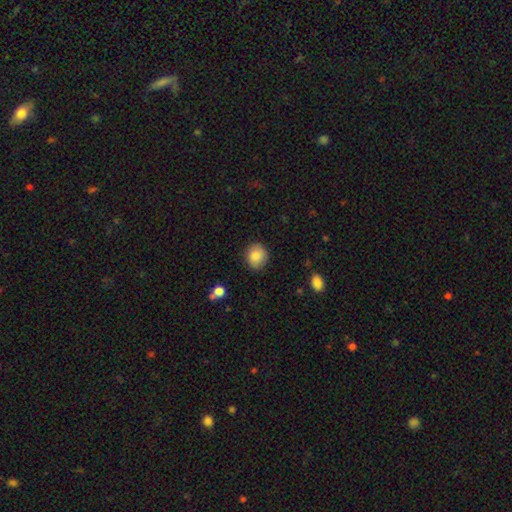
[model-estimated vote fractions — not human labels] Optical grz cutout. It shows a smooth galaxy with no disk features (86%) that is round (78%). Merging: none (87%).